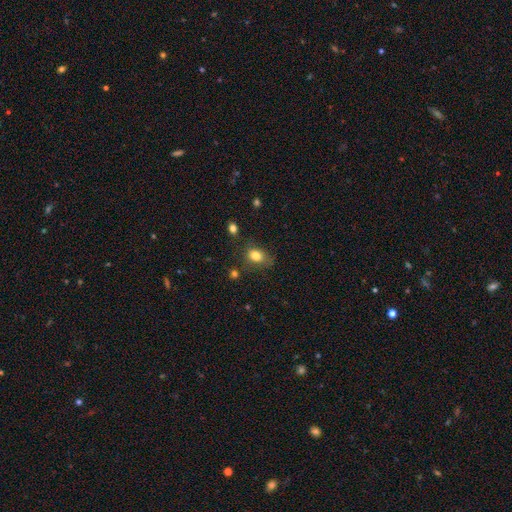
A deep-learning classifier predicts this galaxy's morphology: type=smooth (81%); roundness=in between (68%); merging=none (60%).